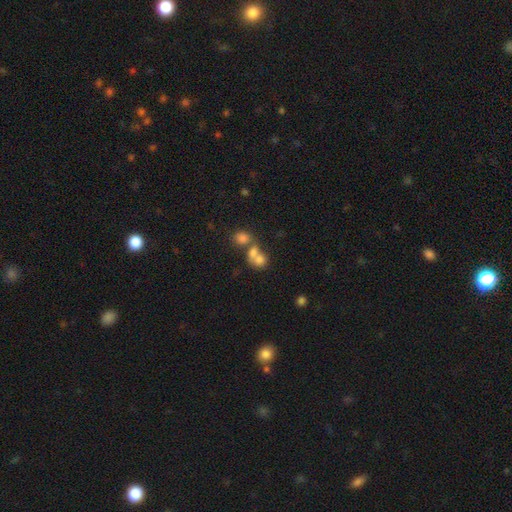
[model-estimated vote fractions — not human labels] Overall: smooth (72%). How rounded: round (59%; in between 39%). Merging: merger (61%; none 27%).